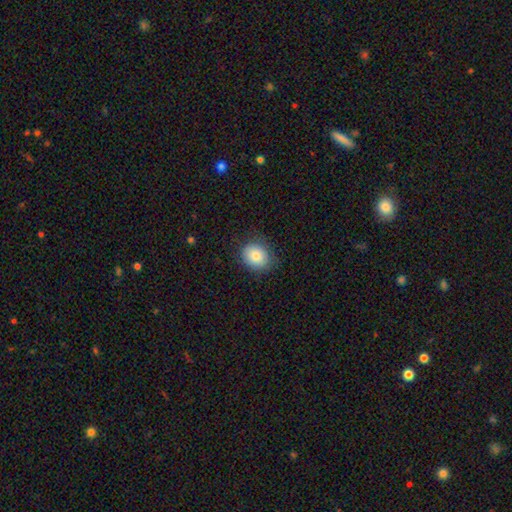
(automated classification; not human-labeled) smooth_or_featured: smooth (p=0.82) [alt: featured or disk p=0.10]
how_rounded: round (p=0.61) [alt: in between p=0.38]
merging: none (p=0.79) [alt: minor disturbance p=0.16]